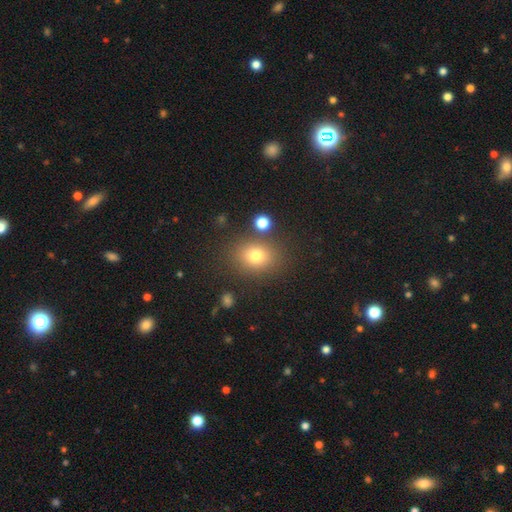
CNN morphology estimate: type=smooth (76%); roundness=round (55%); merging=none (79%).